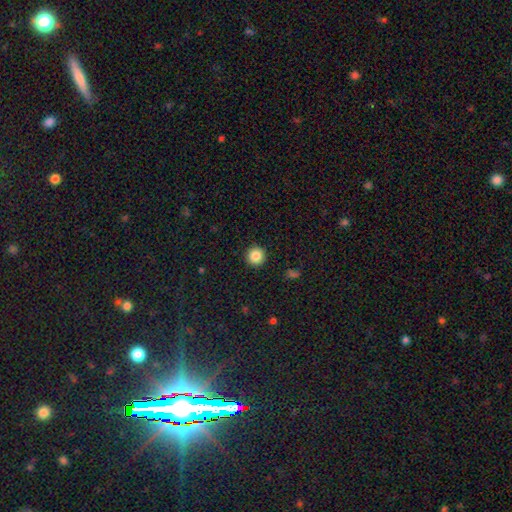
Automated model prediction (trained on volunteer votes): This is clearly a smooth galaxy (86%). How rounded: clearly round (96%). Merging: clearly none (93%).